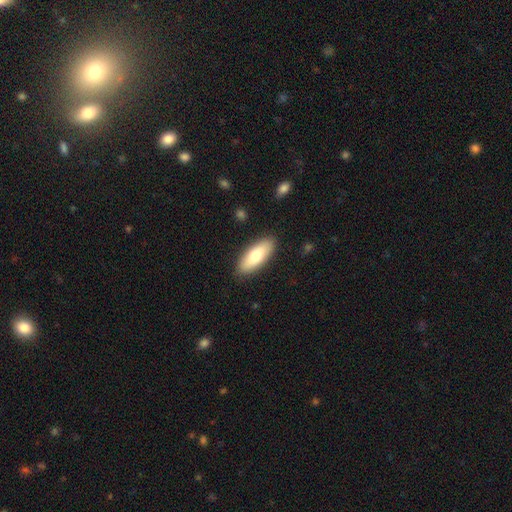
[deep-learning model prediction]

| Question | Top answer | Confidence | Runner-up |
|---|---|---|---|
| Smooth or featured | smooth | 73% | featured or disk (22%) |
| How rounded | in between | 72% | cigar-shaped (26%) |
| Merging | none | 88% | minor disturbance (9%) |